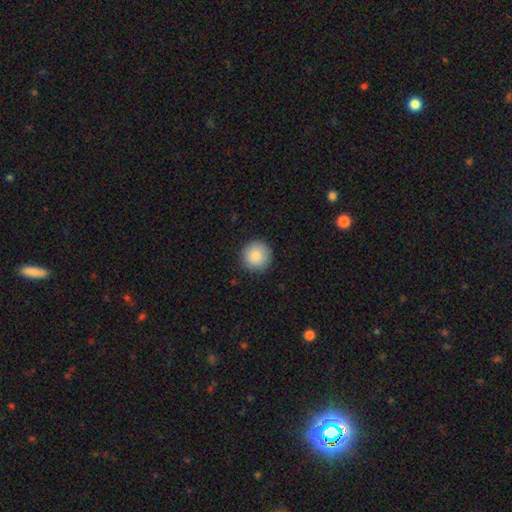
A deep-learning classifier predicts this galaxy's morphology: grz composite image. It shows a smooth galaxy with no disk features (87%) that is round (95%). Merging: none (90%).